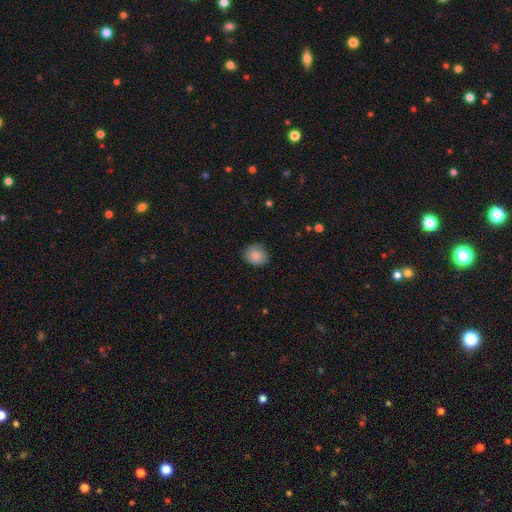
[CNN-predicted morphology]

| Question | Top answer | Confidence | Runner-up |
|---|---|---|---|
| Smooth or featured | smooth | 82% | featured or disk (10%) |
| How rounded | round | 63% | in between (36%) |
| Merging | none | 81% | minor disturbance (15%) |